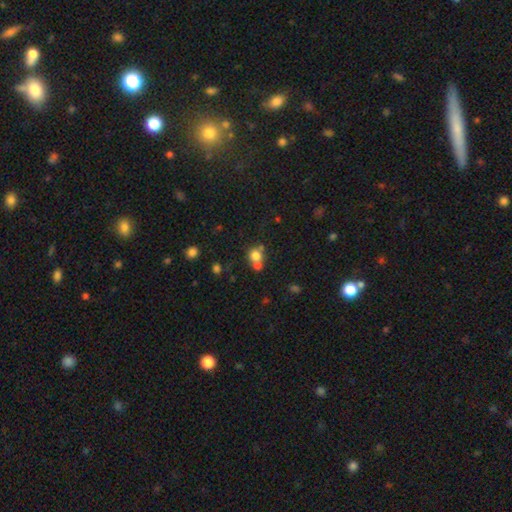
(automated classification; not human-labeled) A smooth galaxy with no disk features (74%) that is round (83%). Merging: merger (46%).